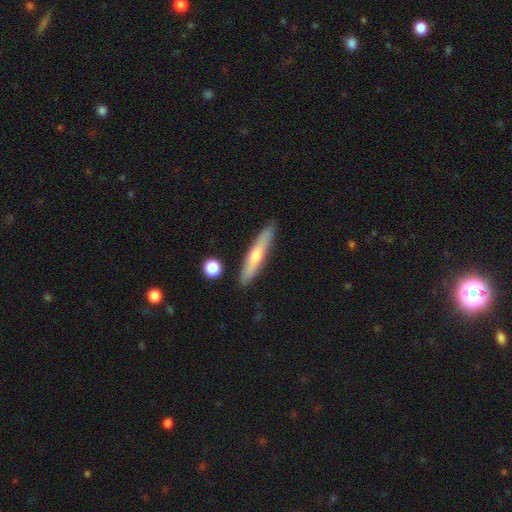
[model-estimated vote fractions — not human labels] A smooth galaxy with no disk features (53%) that is cigar-shaped (89%). Merging: none (87%).